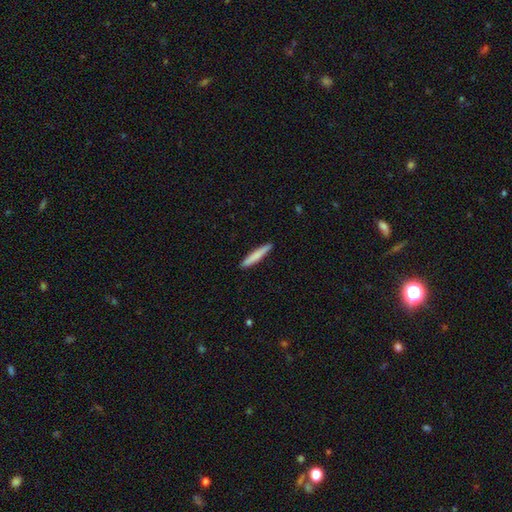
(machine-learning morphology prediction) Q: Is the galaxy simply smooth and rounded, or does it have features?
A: smooth — 78%.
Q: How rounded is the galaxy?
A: cigar-shaped — 94%.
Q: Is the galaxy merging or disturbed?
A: none — 91%.